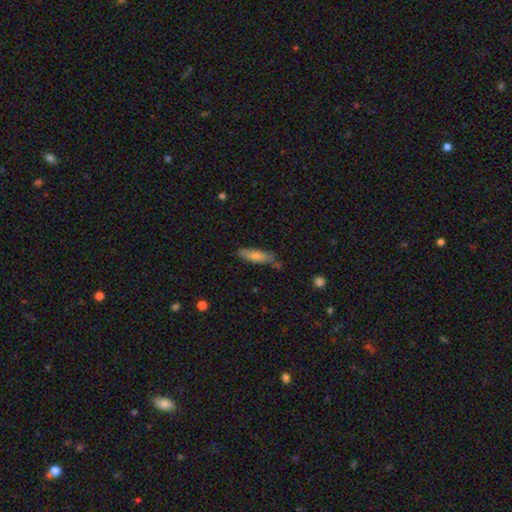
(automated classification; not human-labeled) A smooth galaxy with no disk features (67%) that is cigar-shaped (61%).

Vote fractions:
- Smooth or featured? smooth: 67% / featured or disk: 26% / star or artifact: 7%
- How rounded? cigar-shaped: 61% / in between: 37% / round: 2%
- Merging? none: 72% / minor disturbance: 19% / merger: 5% / major disturbance: 4%